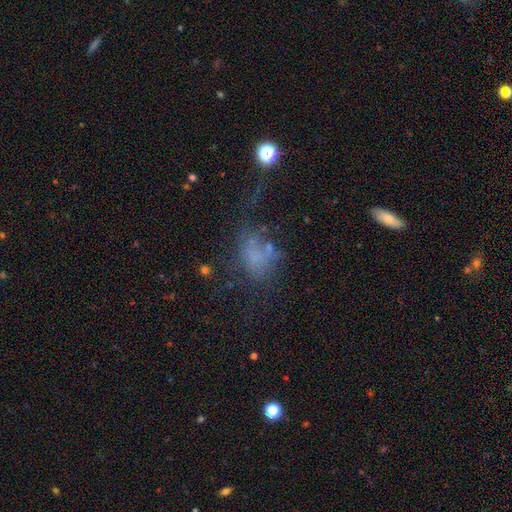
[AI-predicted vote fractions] A smooth galaxy with no disk features (46%).

Vote fractions:
- Smooth or featured? smooth: 46% / featured or disk: 29% / star or artifact: 25%
- Merging? major disturbance: 39% / none: 32% / minor disturbance: 20% / merger: 9%